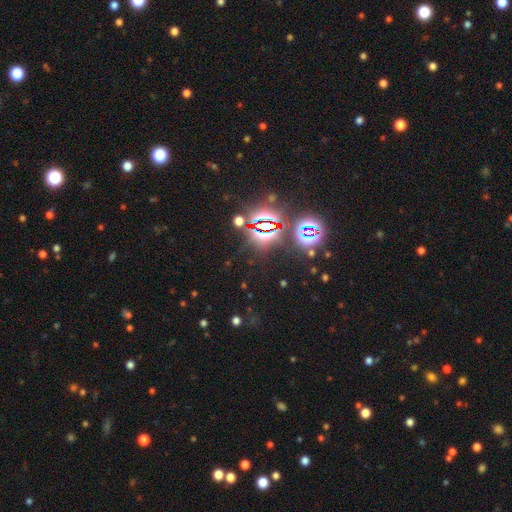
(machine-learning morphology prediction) A star or artifact, not a galaxy (83%).